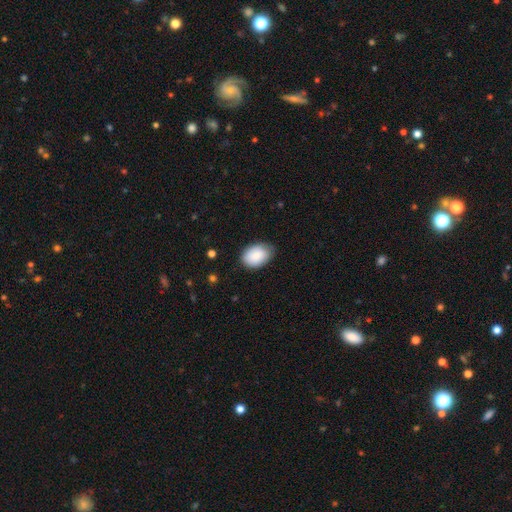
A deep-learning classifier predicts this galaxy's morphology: Smooth or featured?
  - smooth: 84% *
  - featured or disk: 9%
  - star or artifact: 6%
How rounded?
  - in between: 81% *
  - round: 18%
  - cigar-shaped: 1%
Merging?
  - none: 71% *
  - minor disturbance: 24%
  - major disturbance: 4%
  - merger: 1%